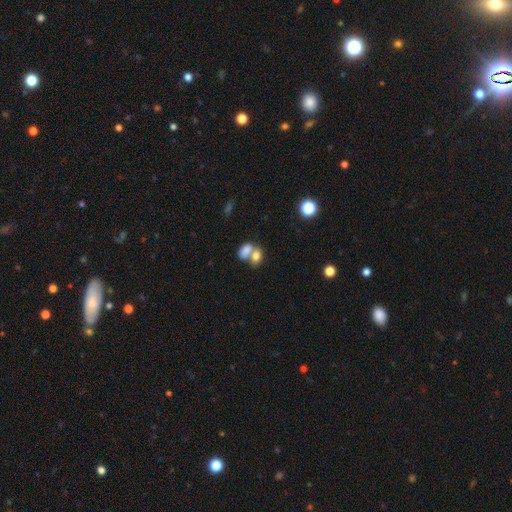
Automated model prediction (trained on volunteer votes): Smooth or featured: smooth — 77% (featured or disk — 13%)
How rounded: in between — 79% (round — 19%)
Merging: merger — 66% (none — 23%)